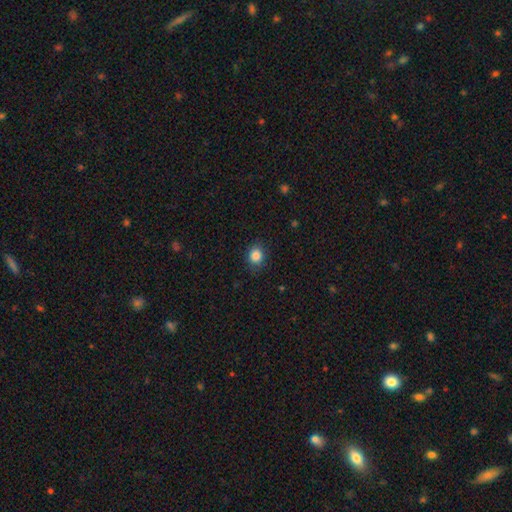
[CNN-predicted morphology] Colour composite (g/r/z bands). It shows a smooth galaxy with no disk features (86%) that is round (71%). Merging: none (86%).